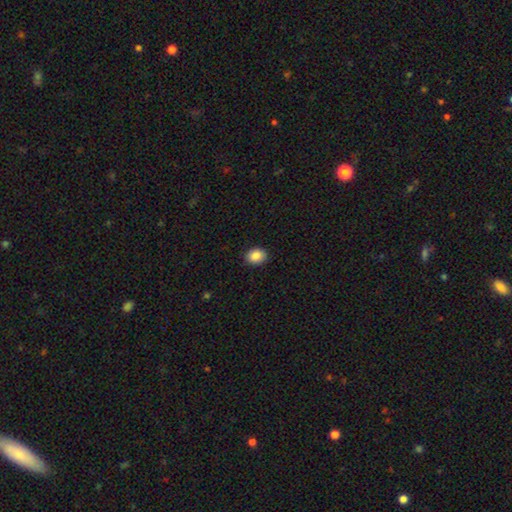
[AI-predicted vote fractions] Smooth or featured? smooth (87%)
How rounded? in between (54%)
Merging? none (89%)